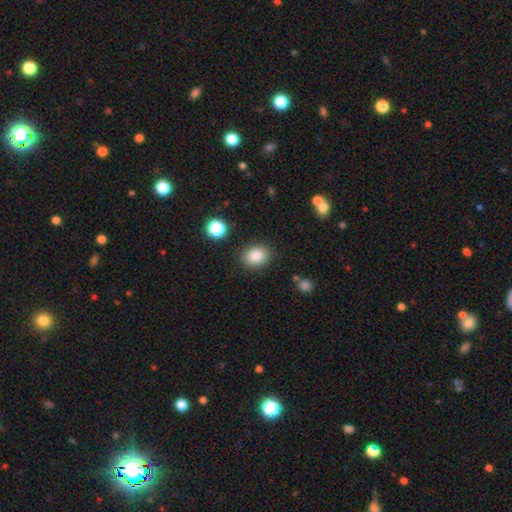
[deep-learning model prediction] Smooth or featured? smooth (85%)
How rounded? in between (56%)
Merging? none (86%)